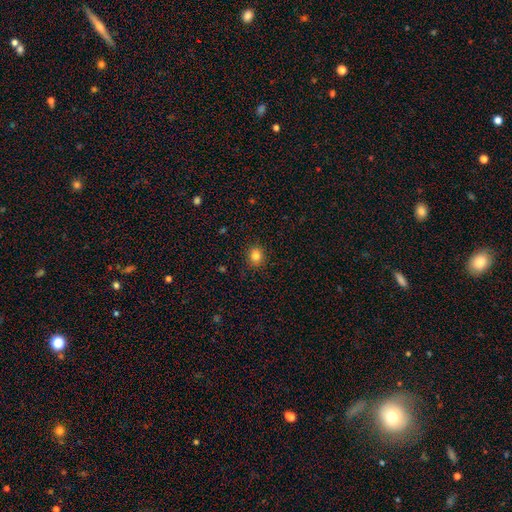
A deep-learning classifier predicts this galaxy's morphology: smooth_or_featured: smooth (p=0.83) [alt: star or artifact p=0.12]
how_rounded: round (p=0.79) [alt: in between p=0.20]
merging: none (p=0.89) [alt: minor disturbance p=0.07]